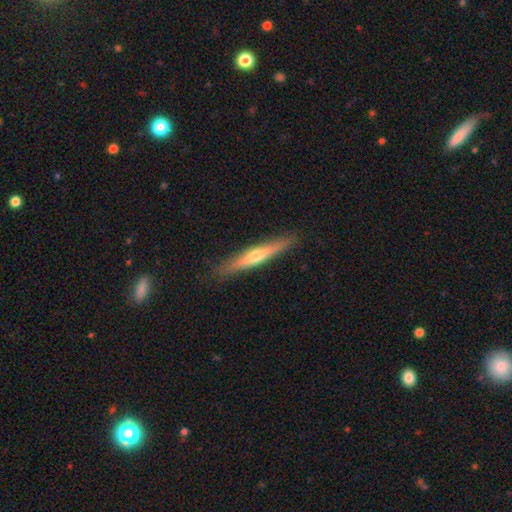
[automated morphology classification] Smooth or featured? Predicted: featured or disk (p=0.57). Edge-on disk? Predicted: yes (p=0.95). Edge-on bulge? Predicted: rounded (p=0.75). Merging? Predicted: none (p=0.90).